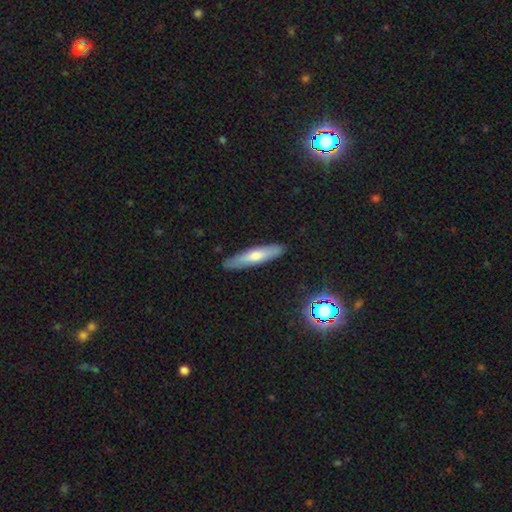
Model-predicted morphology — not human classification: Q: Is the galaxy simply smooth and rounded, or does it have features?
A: smooth — 54%.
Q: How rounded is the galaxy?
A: cigar-shaped — 85%.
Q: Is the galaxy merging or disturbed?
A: none — 88%.